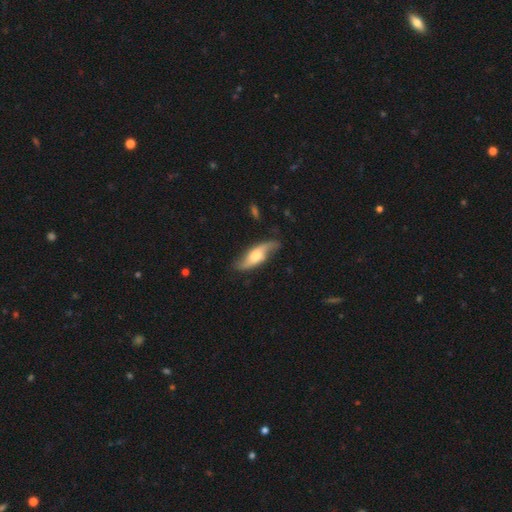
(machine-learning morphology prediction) Q: Smooth or featured?
A: featured or disk (69%); runner-up: smooth (25%)
Q: Edge-on disk?
A: no (74%); runner-up: yes (26%)
Q: Bar?
A: no (62%); runner-up: weak (29%)
Q: Spiral arms?
A: yes (91%); runner-up: no (9%)
Q: Bulge size?
A: moderate (56%); runner-up: large (24%)
Q: Merging?
A: none (74%); runner-up: minor disturbance (19%)